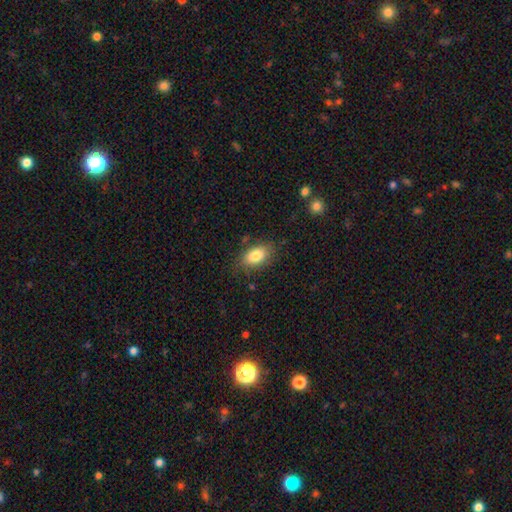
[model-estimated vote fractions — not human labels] A smooth galaxy with no disk features (82%) that is in between round and cigar-shaped (90%).

Vote fractions:
- Smooth or featured? smooth: 82% / featured or disk: 11% / star or artifact: 8%
- How rounded? in between: 90% / round: 7% / cigar-shaped: 3%
- Merging? none: 79% / minor disturbance: 15% / major disturbance: 4% / merger: 2%